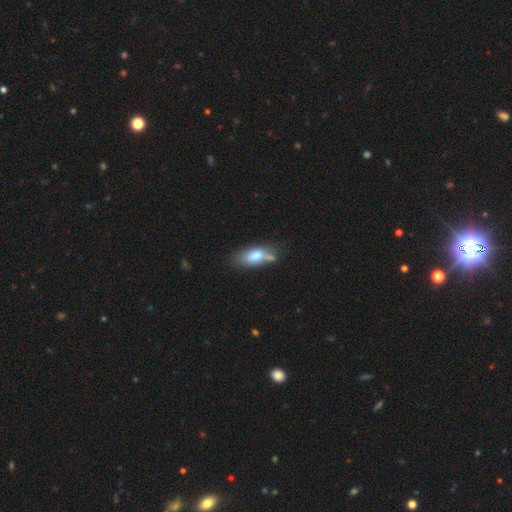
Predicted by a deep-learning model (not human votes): Morphology: type=smooth (72%); roundness=in between (80%); merging=none (46%).